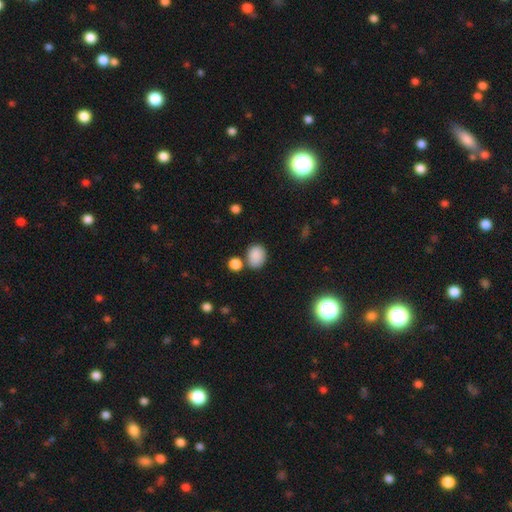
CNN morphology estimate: Smooth or featured? smooth (86%)
How rounded? in between (57%)
Merging? none (69%)